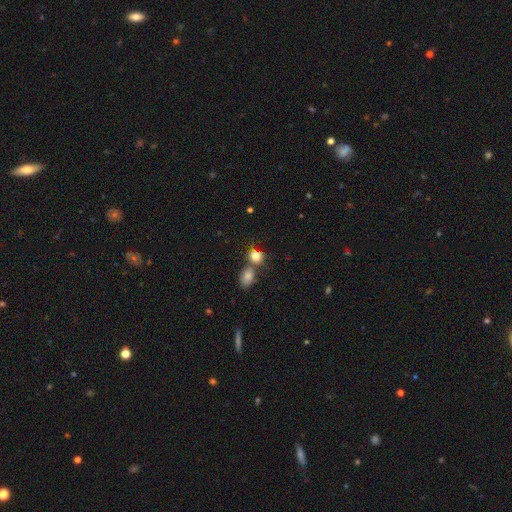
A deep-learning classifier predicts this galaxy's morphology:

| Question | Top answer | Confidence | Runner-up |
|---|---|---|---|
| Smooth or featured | smooth | 80% | star or artifact (13%) |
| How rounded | round | 58% | in between (40%) |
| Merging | none | 49% | merger (36%) |